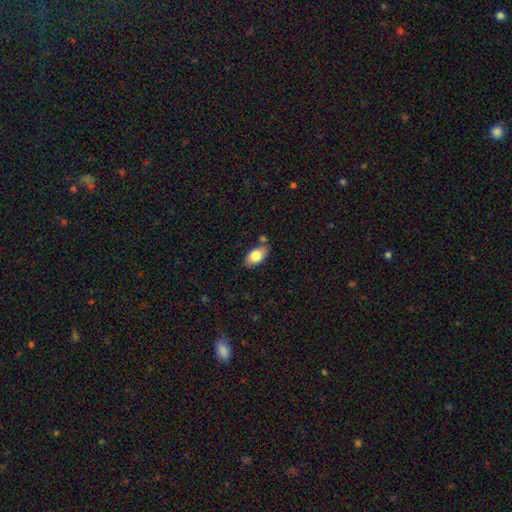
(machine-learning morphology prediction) smooth 81%, featured or disk 12%, star or artifact 7%. Down the decision tree: how rounded — in between (93%); merging — none (77%).